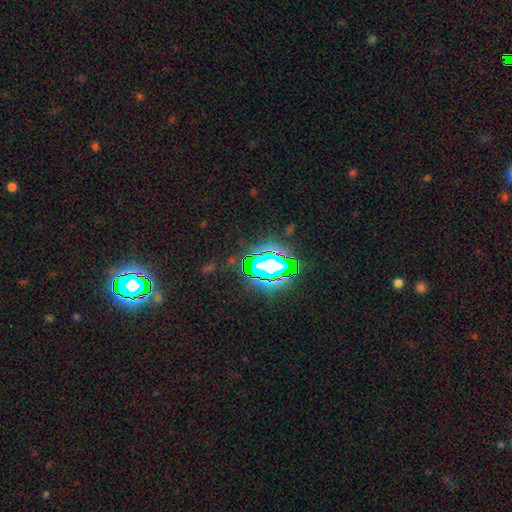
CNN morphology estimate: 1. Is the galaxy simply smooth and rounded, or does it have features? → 80% star or artifact, 12% smooth, 8% featured or disk.